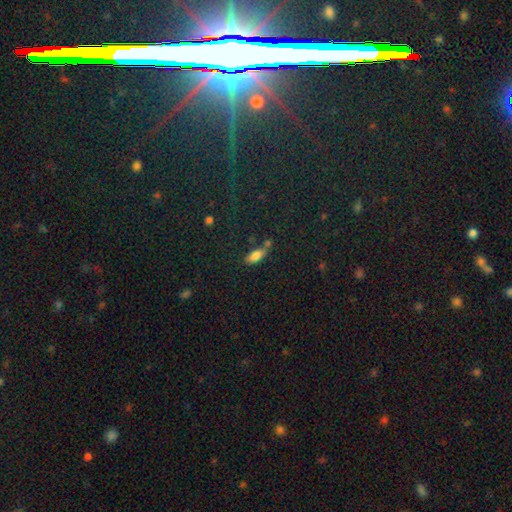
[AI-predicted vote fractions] Overall: smooth (80%). How rounded: in between (79%). Merging: none (57%; minor disturbance 21%).